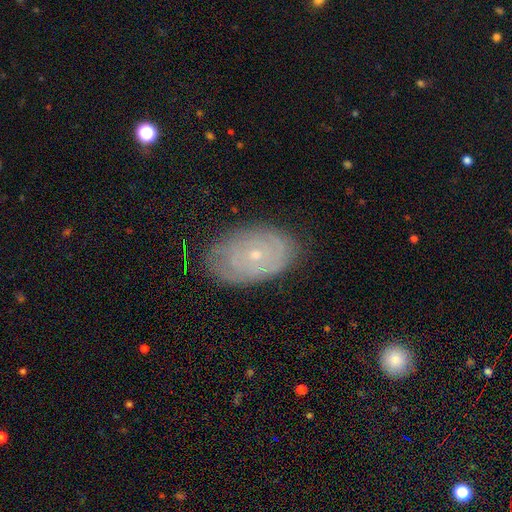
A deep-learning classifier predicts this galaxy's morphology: smooth-or-featured: featured or disk: 69% | smooth: 23% | star or artifact: 8%
  disk-edge-on: no: 95% | yes: 5%
    bar: no: 83% | weak: 14% | strong: 3%
    has-spiral-arms: yes: 78% | no: 22%
      spiral-winding: tight: 78% | medium: 17% | loose: 5%
      spiral-arm-count: can't tell: 59% | 2: 17% | 3: 9% | 4: 6% | more than 4: 5% | 1: 4%
    bulge-size: small: 82% | moderate: 15% | none: 1% | large: 1% | dominant: 1%
  merging: none: 75% | minor disturbance: 19% | major disturbance: 5% | merger: 1%